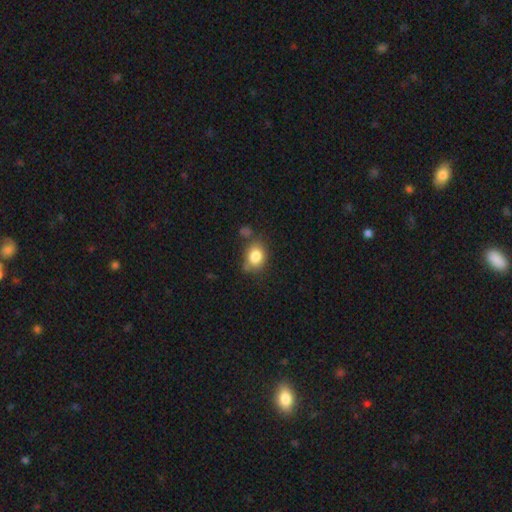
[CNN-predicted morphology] smooth-or-featured: smooth: 83% | star or artifact: 9% | featured or disk: 8%
  how-rounded: in between: 59% | round: 40% | cigar-shaped: 1%
  merging: none: 60% | minor disturbance: 22% | merger: 11% | major disturbance: 7%